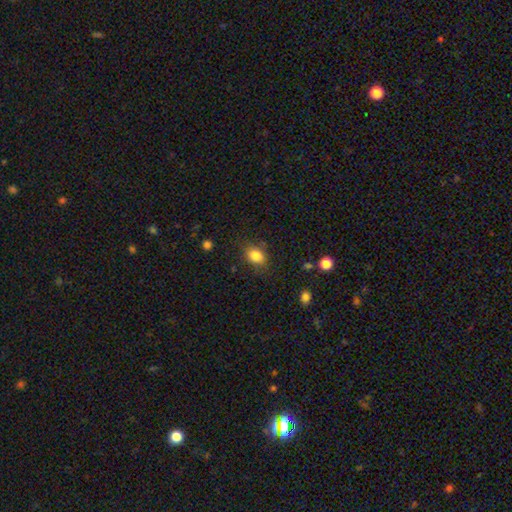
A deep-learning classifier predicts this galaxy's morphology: smooth 84%, star or artifact 10%, featured or disk 6%. Down the decision tree: how rounded — in between (66%); merging — none (80%).